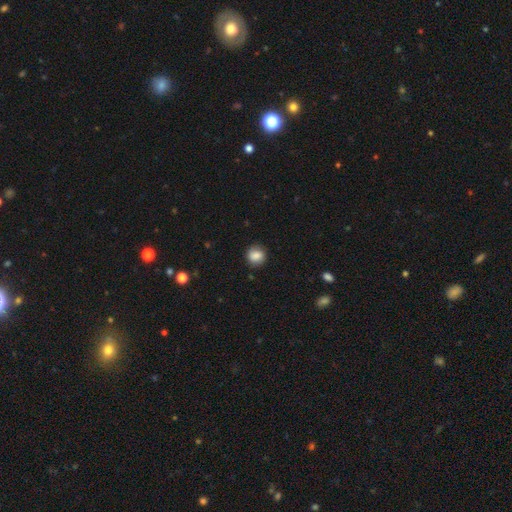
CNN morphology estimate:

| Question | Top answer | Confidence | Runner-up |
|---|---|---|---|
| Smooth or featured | smooth | 83% | star or artifact (9%) |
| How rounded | round | 83% | in between (16%) |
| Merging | none | 85% | minor disturbance (11%) |